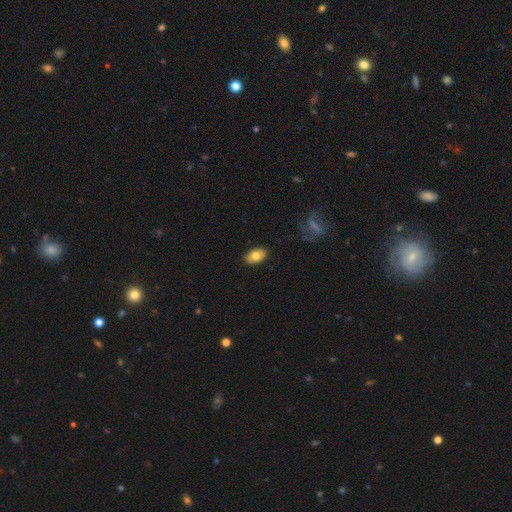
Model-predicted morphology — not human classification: smooth-or-featured: smooth: 75% | featured or disk: 17% | star or artifact: 8%
  how-rounded: in between: 91% | round: 7% | cigar-shaped: 2%
  merging: none: 87% | minor disturbance: 10% | major disturbance: 2% | merger: 1%